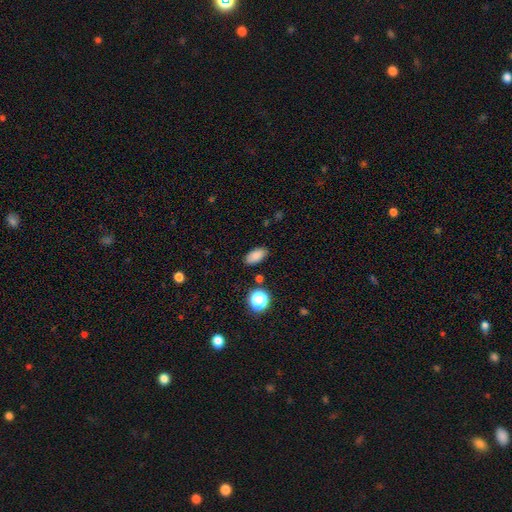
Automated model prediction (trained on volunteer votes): A smooth galaxy with no disk features (84%) that is in between round and cigar-shaped (90%).

Vote fractions:
- Smooth or featured? smooth: 84% / star or artifact: 11% / featured or disk: 5%
- How rounded? in between: 90% / round: 6% / cigar-shaped: 4%
- Merging? none: 85% / minor disturbance: 10% / major disturbance: 3% / merger: 2%